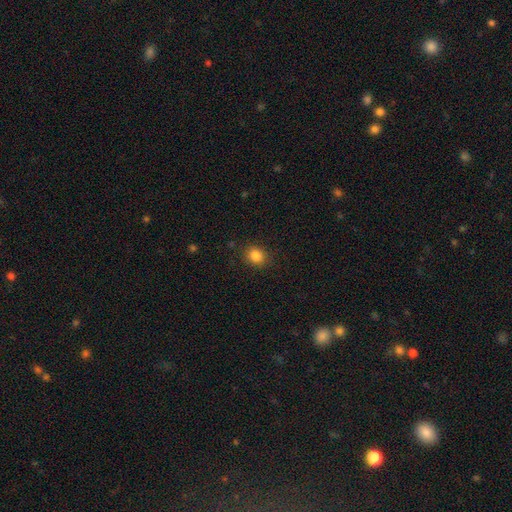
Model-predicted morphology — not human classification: A smooth galaxy with no disk features (85%) that is round (69%). Merging: none (88%).